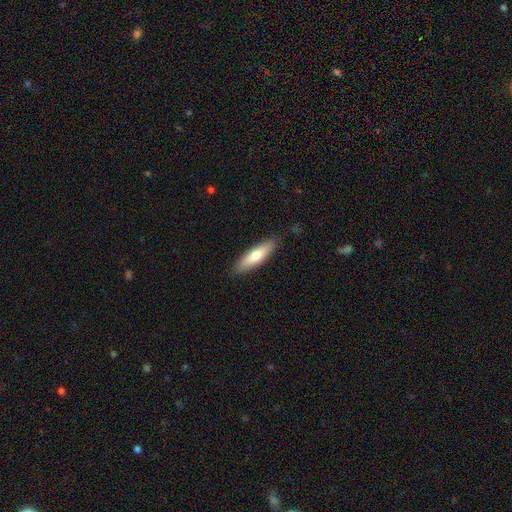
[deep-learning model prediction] This is likely a smooth galaxy (70%). How rounded: likely cigar-shaped (65%). Merging: clearly none (88%).